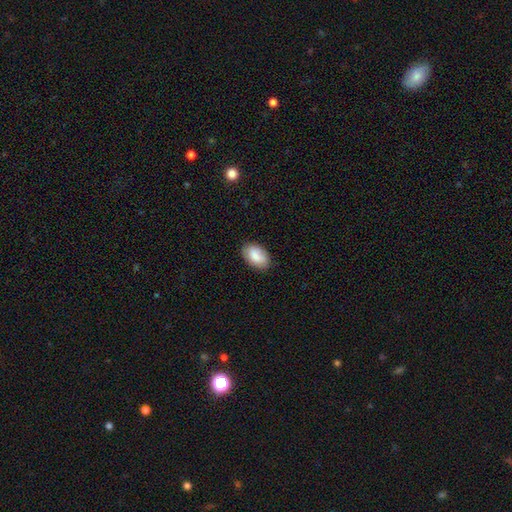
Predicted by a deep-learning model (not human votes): smooth_or_featured: smooth (p=0.86) [alt: featured or disk p=0.08]
how_rounded: in between (p=0.93) [alt: round p=0.06]
merging: none (p=0.85) [alt: minor disturbance p=0.12]